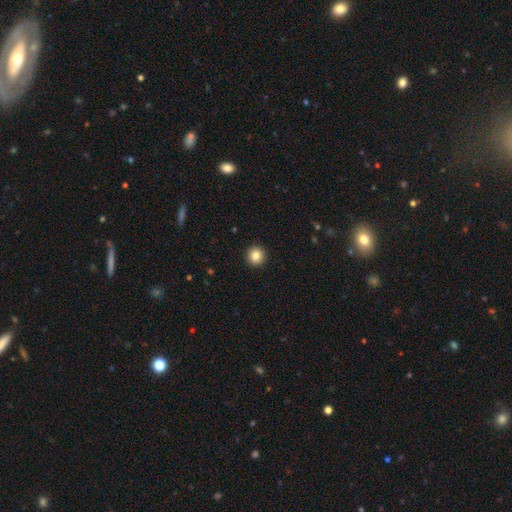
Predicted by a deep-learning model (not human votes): Overall: smooth (85%). How rounded: round (94%). Merging: none (93%).